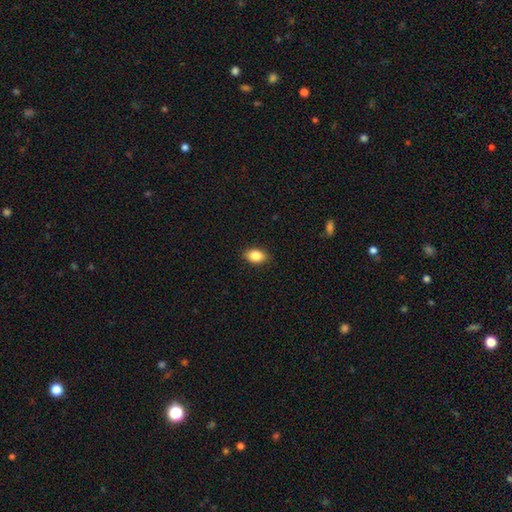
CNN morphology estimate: The model was most divided on "how rounded": in between: 84%, round: 14%, cigar-shaped: 2%. More confident: merging — none (88%); smooth or featured — smooth (86%).